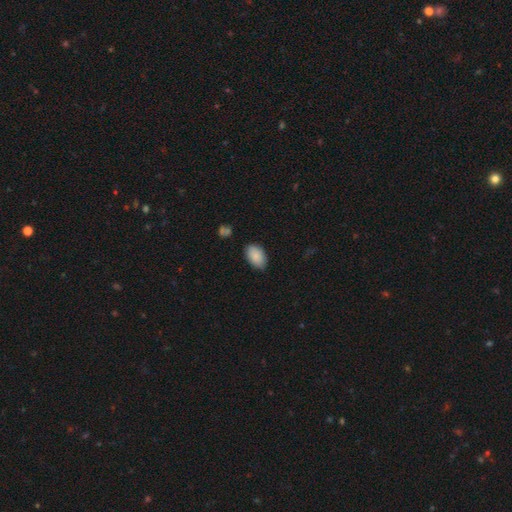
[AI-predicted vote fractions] Overall: smooth (88%). How rounded: in between (92%). Merging: none (79%).